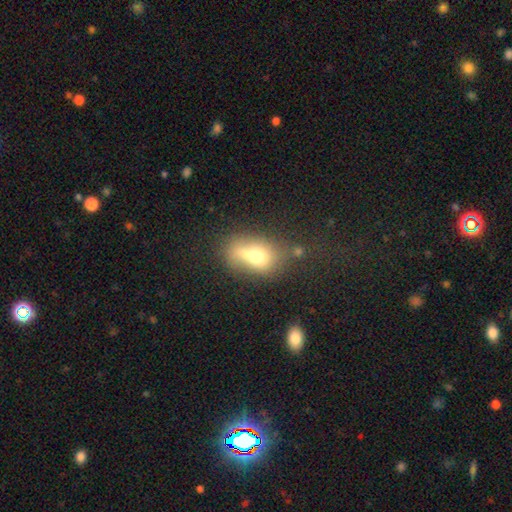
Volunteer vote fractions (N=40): Smooth or featured? 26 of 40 (65%) said smooth. How rounded? 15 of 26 (58%) said round. Merging? 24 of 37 (65%) said merger.